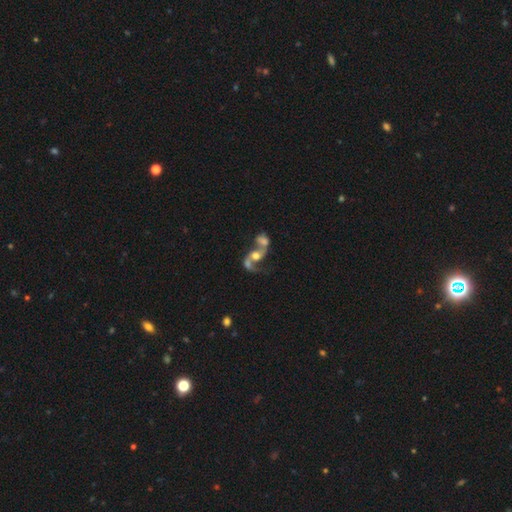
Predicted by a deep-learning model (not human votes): Overall: featured or disk (65%; smooth 25%). Edge-on disk: no (96%). Bar: no (68%). Spiral arms: yes (74%). Bulge size: moderate (45%; large 25%). Merging: merger (72%).